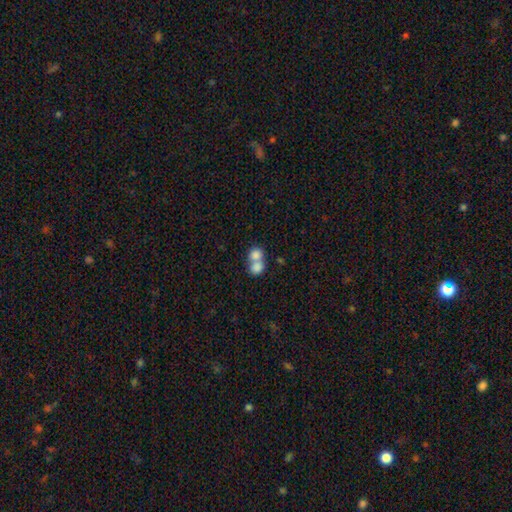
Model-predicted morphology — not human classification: Overall: smooth (78%). How rounded: round (69%; in between 30%). Merging: merger (68%).